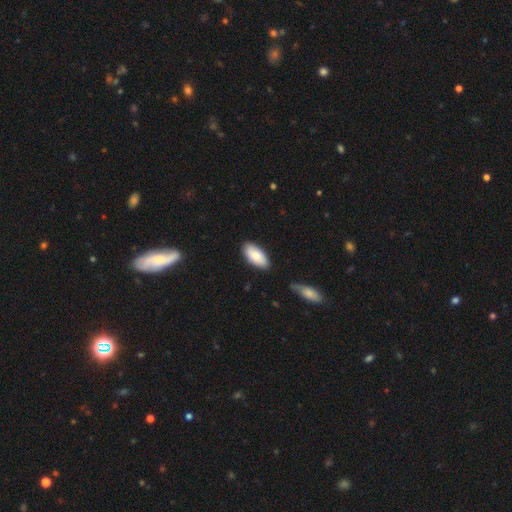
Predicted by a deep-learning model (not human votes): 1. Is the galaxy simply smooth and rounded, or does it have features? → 83% smooth, 11% featured or disk, 6% star or artifact.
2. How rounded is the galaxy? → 92% in between, 6% cigar-shaped, 2% round.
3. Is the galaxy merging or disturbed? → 82% none, 13% minor disturbance, 3% merger, 2% major disturbance.